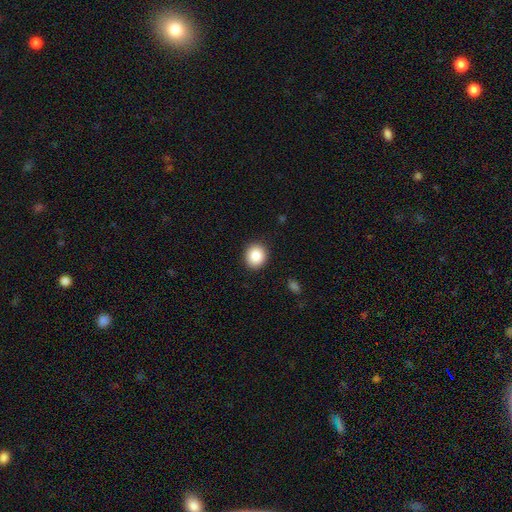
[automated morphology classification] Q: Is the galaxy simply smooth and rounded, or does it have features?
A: smooth — 87%.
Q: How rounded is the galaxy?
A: round — 78%.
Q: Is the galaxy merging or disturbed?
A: none — 90%.